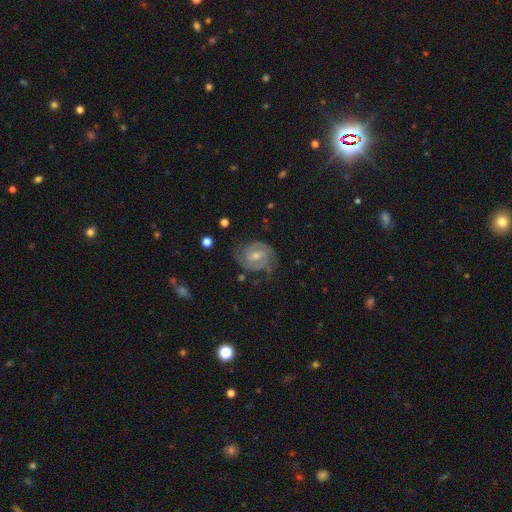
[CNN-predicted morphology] A featured or disk galaxy (83%) with a weak bar (52%), 2 (61%) tight (60%) spiral arms (97%) and a moderate central bulge (51%).

Vote fractions:
- Smooth or featured? featured or disk: 83% / smooth: 9% / star or artifact: 8%
- Edge-on disk? no: 98% / yes: 2%
- Bar? weak: 52% / no: 33% / strong: 16%
- Spiral arms? yes: 97% / no: 3%
- Spiral winding? tight: 60% / medium: 34% / loose: 6%
- Spiral arm count? 2: 61% / 3: 15% / can't tell: 14% / 4: 3% / 1: 3% / more than 4: 3%
- Bulge size? moderate: 51% / small: 43% / none: 3% / large: 2% / dominant: 1%
- Merging? none: 76% / minor disturbance: 16% / major disturbance: 6% / merger: 2%